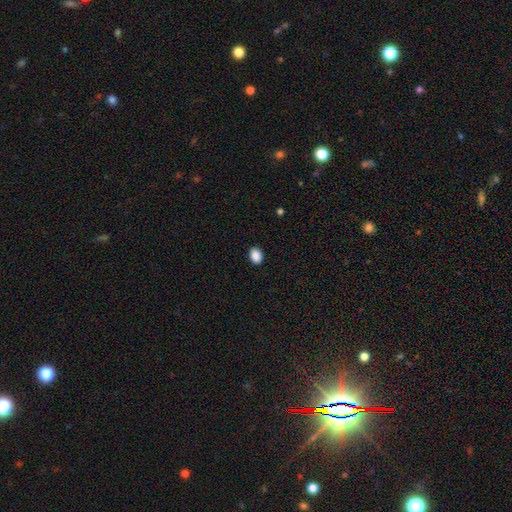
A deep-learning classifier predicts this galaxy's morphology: smooth 89%, star or artifact 8%, featured or disk 2%. Down the decision tree: how rounded — in between (63%); merging — none (90%).